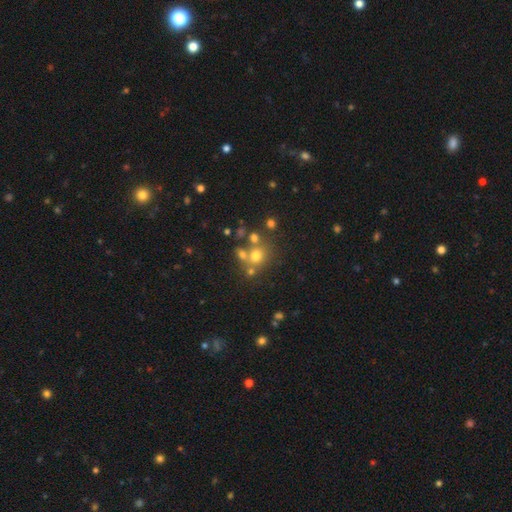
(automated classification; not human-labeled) A smooth galaxy with no disk features (66%) that is round (77%). Merging: none (55%).